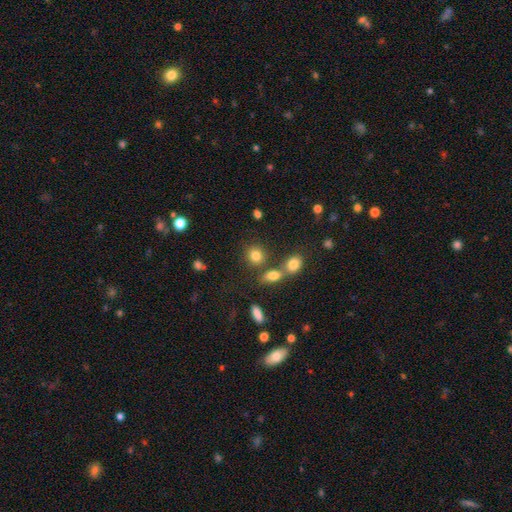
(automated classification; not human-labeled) smooth-or-featured: smooth: 80% | star or artifact: 12% | featured or disk: 8%
  how-rounded: round: 75% | in between: 23% | cigar-shaped: 2%
  merging: none: 67% | merger: 19% | minor disturbance: 10% | major disturbance: 5%